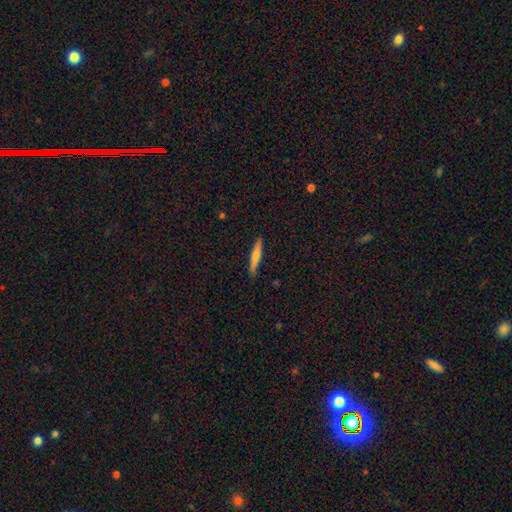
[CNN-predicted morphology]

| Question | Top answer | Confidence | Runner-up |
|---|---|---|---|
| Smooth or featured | smooth | 63% | featured or disk (31%) |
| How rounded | cigar-shaped | 93% | in between (6%) |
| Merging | none | 89% | minor disturbance (8%) |